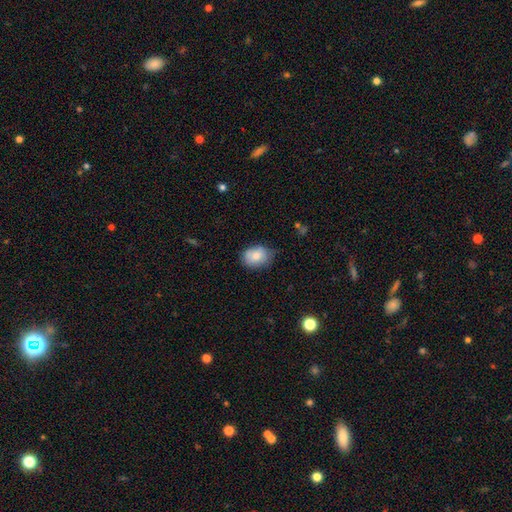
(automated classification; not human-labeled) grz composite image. It shows a smooth galaxy with no disk features (79%) that is in between round and cigar-shaped (65%). Merging: none (67%).